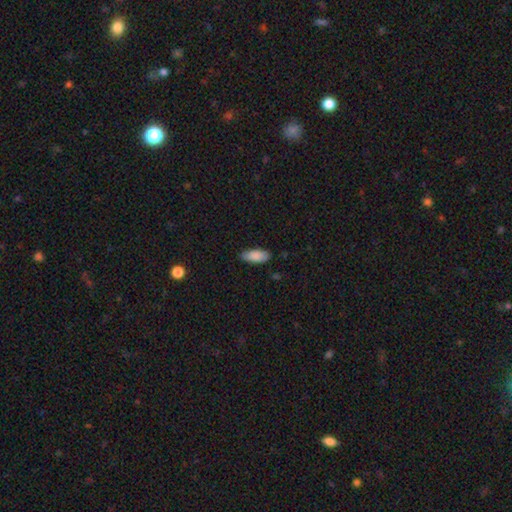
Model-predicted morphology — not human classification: This is clearly a smooth galaxy (87%). How rounded: clearly in between (85%). Merging: likely none (79%).